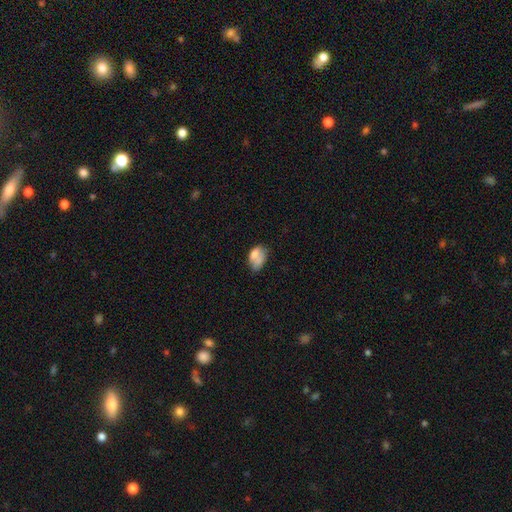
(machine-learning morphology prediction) Smooth or featured?
  - smooth: 65% *
  - featured or disk: 25%
  - star or artifact: 10%
How rounded?
  - in between: 86% *
  - round: 12%
  - cigar-shaped: 2%
Merging?
  - none: 32% *
  - merger: 28%
  - minor disturbance: 25%
  - major disturbance: 15%